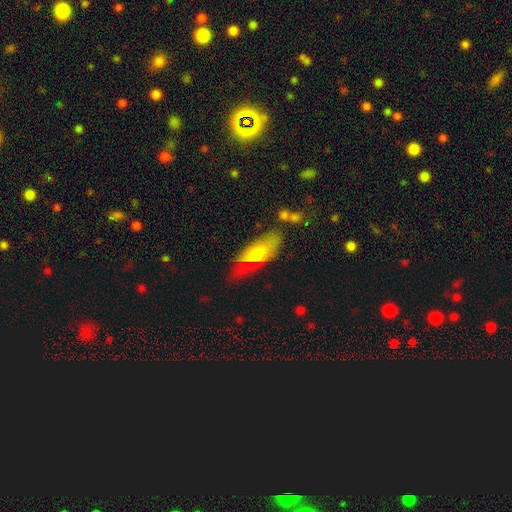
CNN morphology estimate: smooth_or_featured: smooth (p=0.63) [alt: featured or disk p=0.29]
how_rounded: in between (p=0.68) [alt: cigar-shaped p=0.28]
merging: none (p=0.55) [alt: minor disturbance p=0.25]